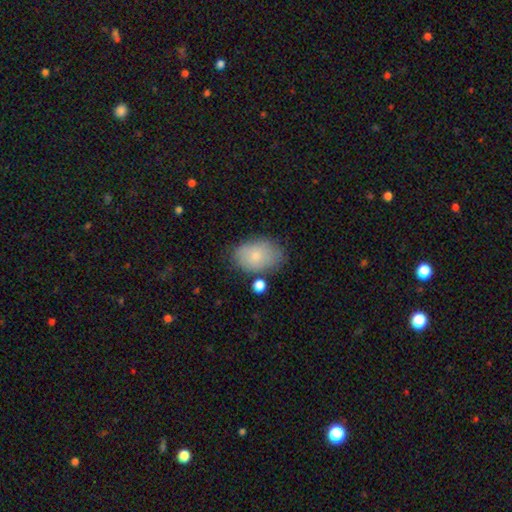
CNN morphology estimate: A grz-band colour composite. It shows a smooth galaxy with no disk features (79%) that is in between round and cigar-shaped (87%). Merging: none (69%).